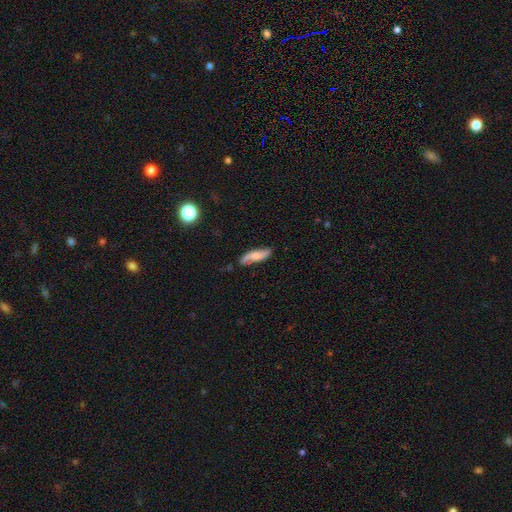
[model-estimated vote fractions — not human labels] Q: Smooth or featured?
A: featured or disk (51%); runner-up: smooth (42%)
Q: Edge-on disk?
A: no (75%); runner-up: yes (25%)
Q: Merging?
A: none (74%); runner-up: minor disturbance (19%)